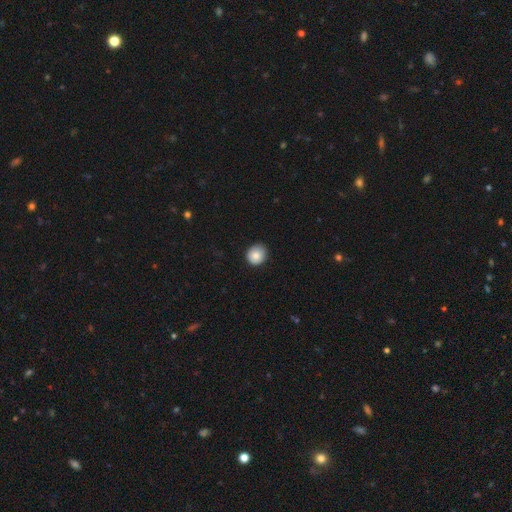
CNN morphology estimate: Smooth or featured? Predicted: smooth (p=0.84). How rounded? Predicted: round (p=0.86). Merging? Predicted: none (p=0.86).